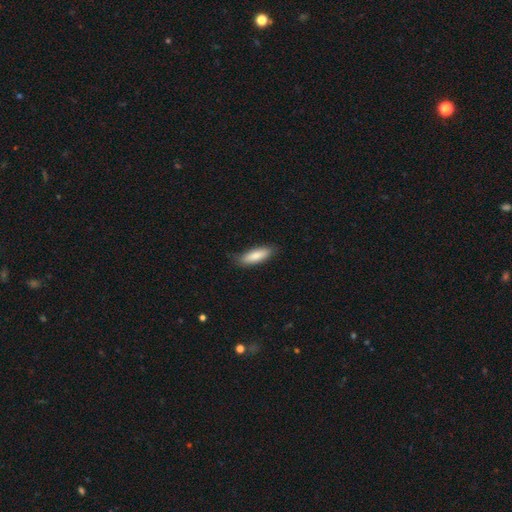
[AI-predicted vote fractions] Smooth or featured? smooth (84%)
How rounded? in between (54%)
Merging? none (81%)